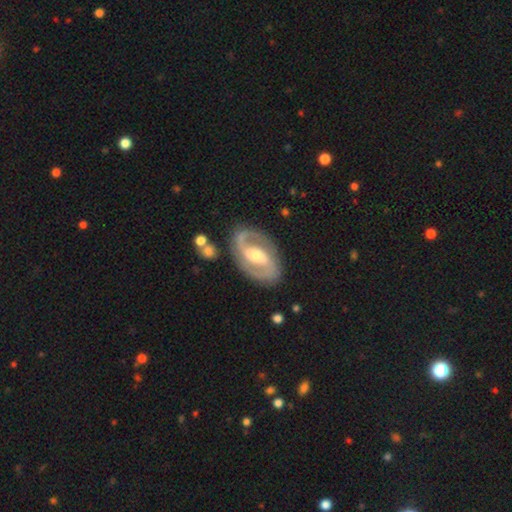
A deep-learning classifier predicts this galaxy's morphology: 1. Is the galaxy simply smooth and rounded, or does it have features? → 89% featured or disk, 7% smooth, 4% star or artifact.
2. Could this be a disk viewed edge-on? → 97% no, 3% yes.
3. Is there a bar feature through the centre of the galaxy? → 42% weak, 35% strong, 23% no.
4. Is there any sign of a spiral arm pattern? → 96% yes, 4% no.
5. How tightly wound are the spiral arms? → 56% medium, 26% tight, 18% loose.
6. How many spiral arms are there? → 92% 2, 3% can't tell, 2% 1, 1% 3, 1% 4, 1% more than 4.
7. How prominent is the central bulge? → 62% moderate, 30% small, 5% large, 1% none, 1% dominant.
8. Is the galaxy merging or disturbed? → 82% none, 12% minor disturbance, 4% major disturbance, 2% merger.